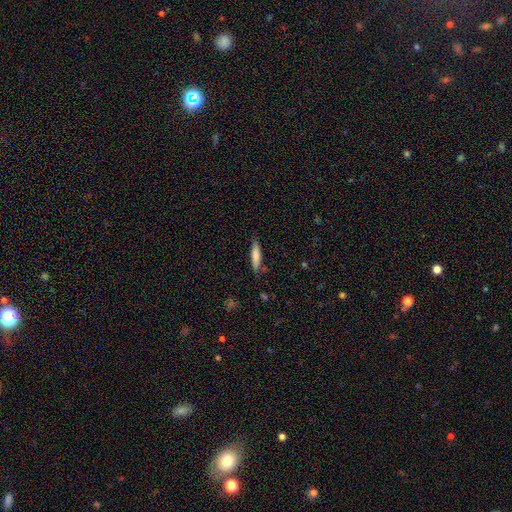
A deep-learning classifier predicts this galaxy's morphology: A smooth galaxy with no disk features (79%) that is cigar-shaped (79%). Merging: none (82%).